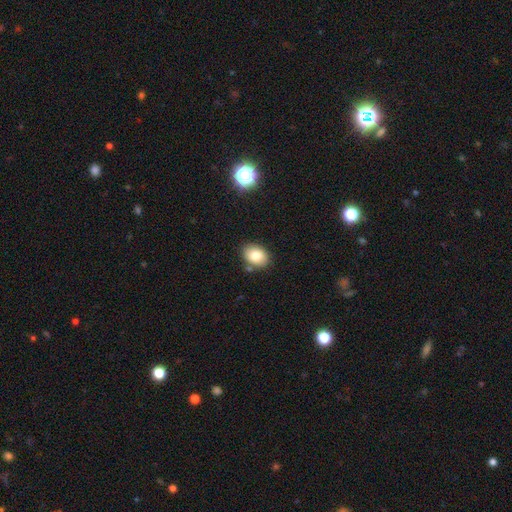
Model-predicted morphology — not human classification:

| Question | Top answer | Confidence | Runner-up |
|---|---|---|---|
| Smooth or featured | smooth | 80% | featured or disk (10%) |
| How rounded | in between | 64% | round (35%) |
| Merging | none | 81% | minor disturbance (12%) |